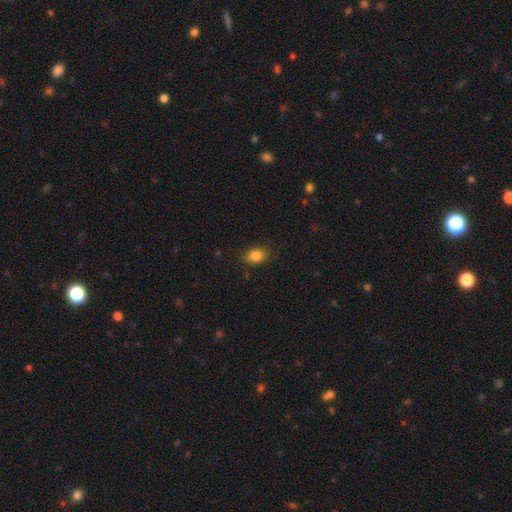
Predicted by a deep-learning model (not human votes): Smooth or featured? smooth (85%)
How rounded? in between (65%)
Merging? none (83%)